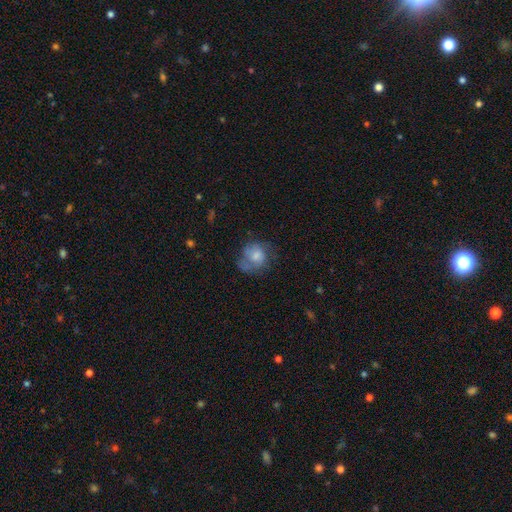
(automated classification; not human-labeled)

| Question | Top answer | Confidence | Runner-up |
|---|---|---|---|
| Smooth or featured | smooth | 63% | featured or disk (28%) |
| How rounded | round | 70% | in between (29%) |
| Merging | none | 45% | minor disturbance (27%) |